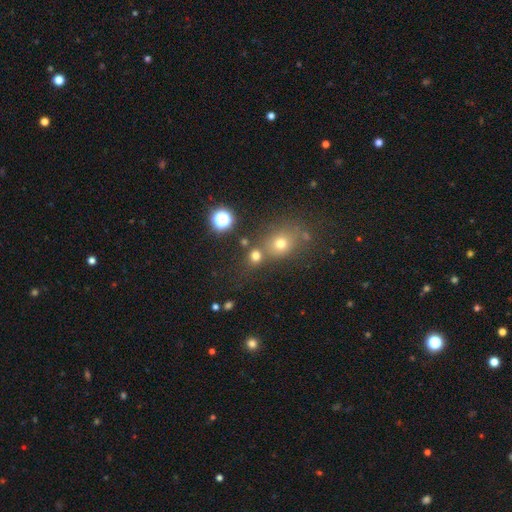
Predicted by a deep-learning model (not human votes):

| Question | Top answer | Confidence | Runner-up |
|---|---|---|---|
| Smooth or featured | smooth | 66% | star or artifact (25%) |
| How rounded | round | 77% | in between (22%) |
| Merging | none | 62% | merger (24%) |